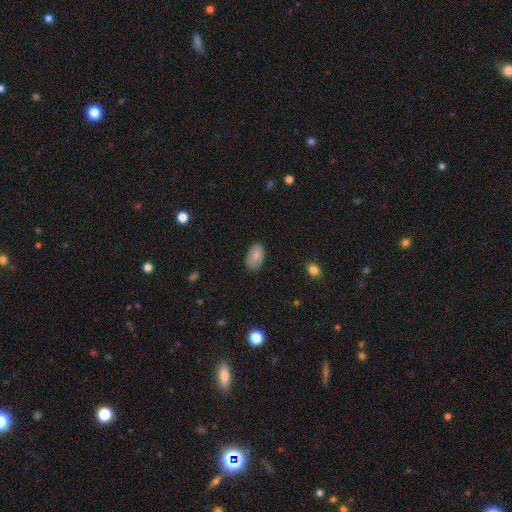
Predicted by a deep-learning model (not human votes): Overall: smooth (82%). How rounded: in between (92%). Merging: none (81%).